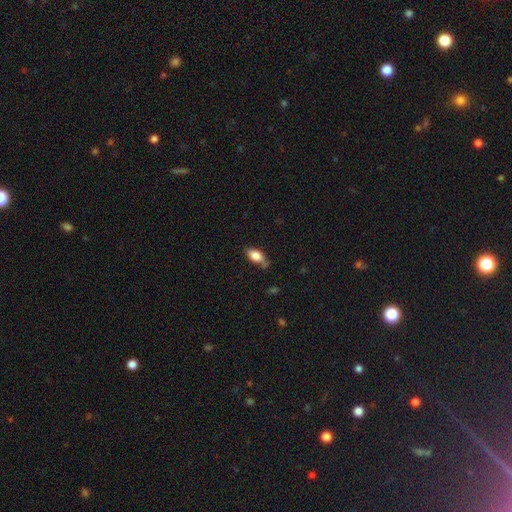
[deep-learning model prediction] This is clearly a smooth galaxy (80%). How rounded: clearly in between (87%). Merging: likely none (61%).